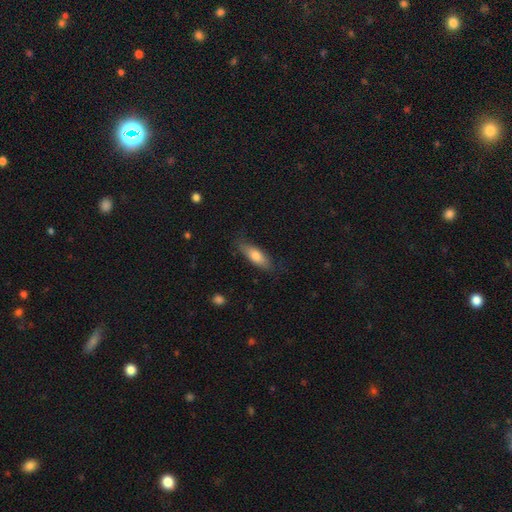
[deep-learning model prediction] Morphology: type=smooth (73%); roundness=in between (59%); merging=none (77%).